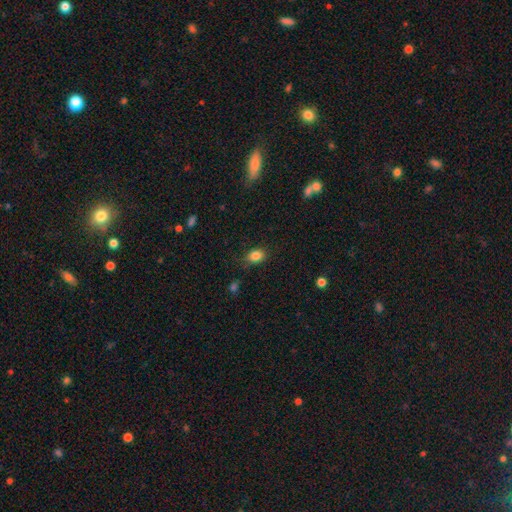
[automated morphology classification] This appears to be a smooth galaxy with no disk features (85%) that is in between round and cigar-shaped (71%). Merging: none (79%).